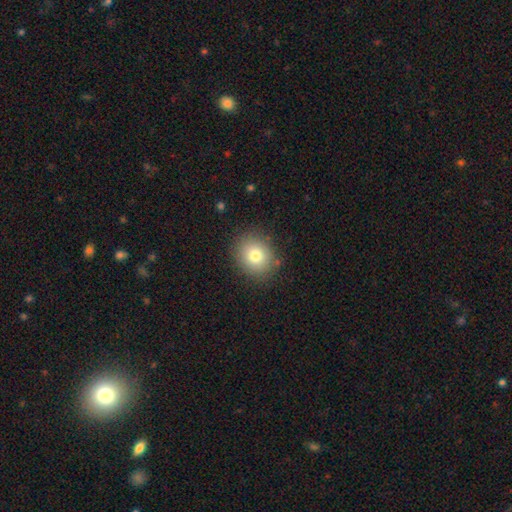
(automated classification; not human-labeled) The model was most divided on "how rounded": round: 79%, in between: 20%, cigar-shaped: 1%. More confident: merging — none (90%); smooth or featured — smooth (76%).